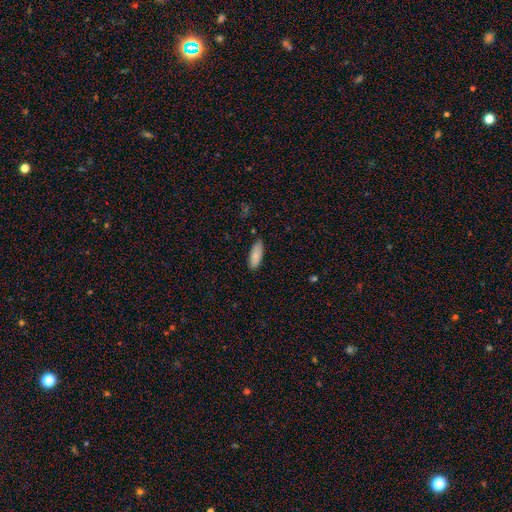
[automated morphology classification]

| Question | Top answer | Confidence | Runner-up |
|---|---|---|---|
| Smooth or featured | smooth | 87% | featured or disk (7%) |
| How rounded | in between | 77% | cigar-shaped (22%) |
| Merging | none | 84% | minor disturbance (12%) |